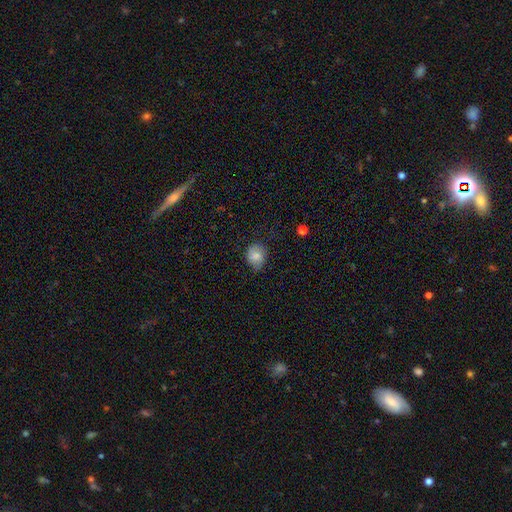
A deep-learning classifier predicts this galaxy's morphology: A smooth galaxy with no disk features (79%) that is round (51%).

Vote fractions:
- Smooth or featured? smooth: 79% / featured or disk: 12% / star or artifact: 8%
- How rounded? round: 51% / in between: 48% / cigar-shaped: 1%
- Merging? none: 66% / minor disturbance: 27% / major disturbance: 6% / merger: 1%